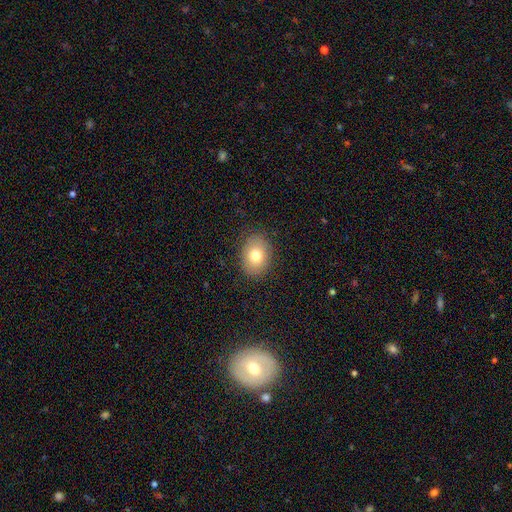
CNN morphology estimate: This is likely a smooth galaxy (77%). How rounded: likely in between (65%). Merging: clearly none (86%).